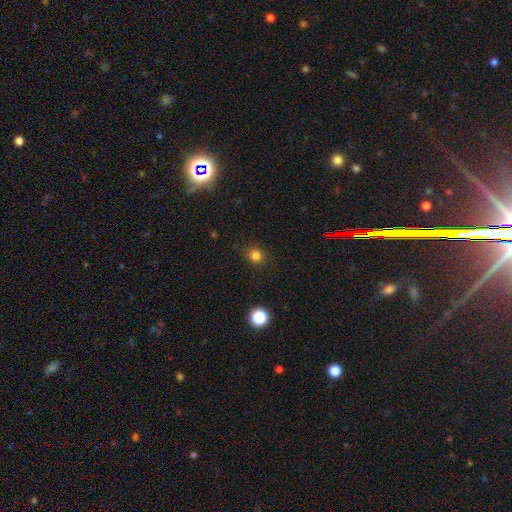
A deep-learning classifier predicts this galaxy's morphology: Smooth or featured? smooth (81%)
How rounded? round (84%)
Merging? none (87%)